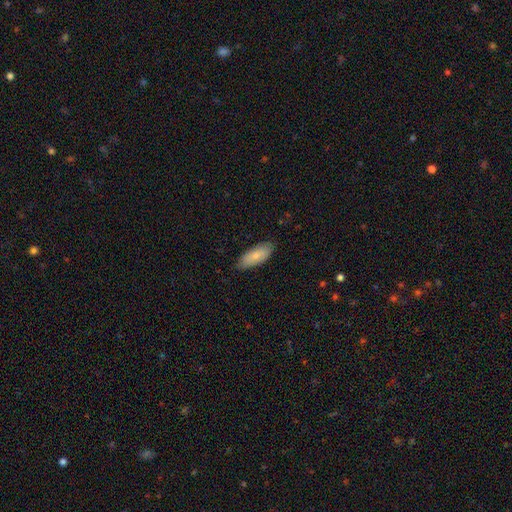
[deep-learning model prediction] smooth-or-featured: smooth: 80% | featured or disk: 14% | star or artifact: 5%
  how-rounded: in between: 78% | cigar-shaped: 20% | round: 2%
  merging: none: 83% | minor disturbance: 14% | major disturbance: 2% | merger: 1%